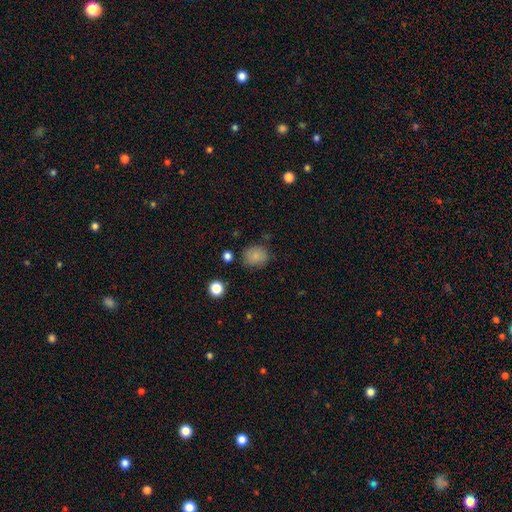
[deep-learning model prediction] The model was most divided on "how rounded": round: 74%, in between: 25%, cigar-shaped: 1%. More confident: smooth or featured — smooth (82%); merging — none (78%).